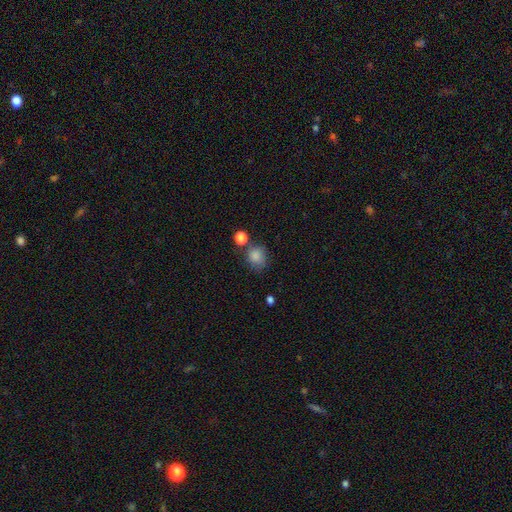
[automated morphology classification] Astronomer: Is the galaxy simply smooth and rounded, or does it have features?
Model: smooth — 83%.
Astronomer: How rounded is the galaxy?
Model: round — 77%.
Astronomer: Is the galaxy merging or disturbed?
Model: none — 59%.